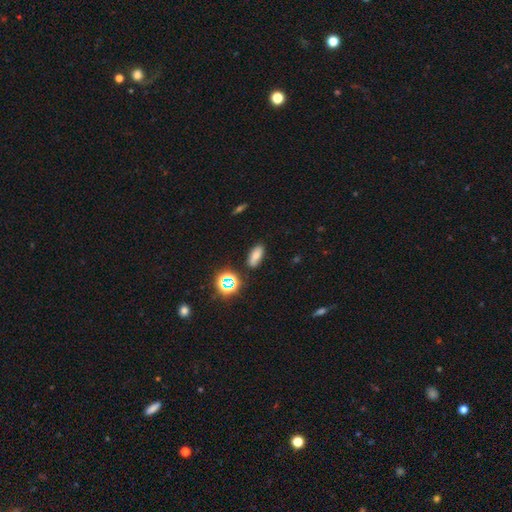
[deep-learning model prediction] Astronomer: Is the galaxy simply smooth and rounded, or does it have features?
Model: smooth — 69%.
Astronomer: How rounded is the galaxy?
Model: in between — 76%.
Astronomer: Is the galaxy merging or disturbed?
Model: none — 81%.